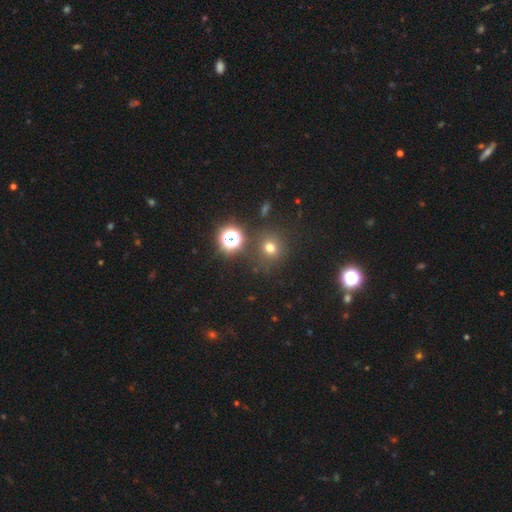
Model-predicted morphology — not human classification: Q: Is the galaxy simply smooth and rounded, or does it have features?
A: star or artifact — 54%.